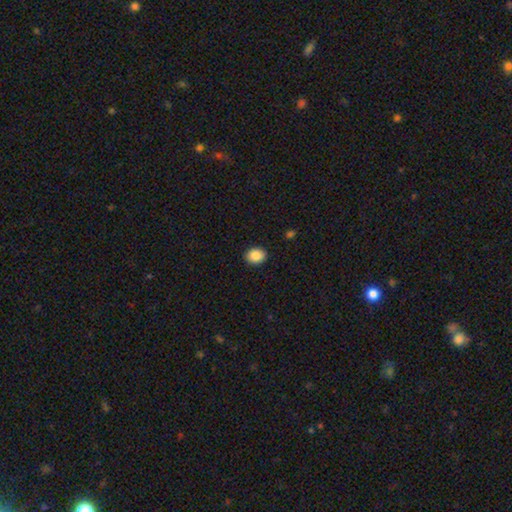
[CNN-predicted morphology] This appears to be a smooth galaxy with no disk features (87%) that is in between round and cigar-shaped (50%). Merging: none (91%).